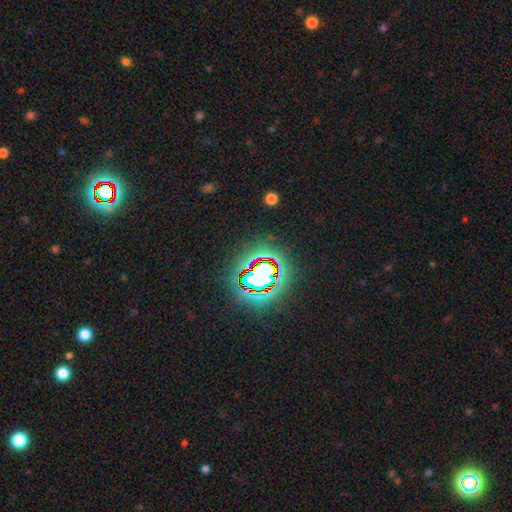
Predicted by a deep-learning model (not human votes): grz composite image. It shows a star or artifact, not a galaxy (82%).